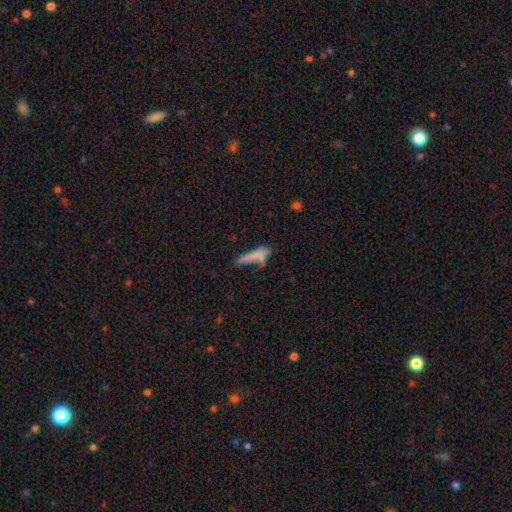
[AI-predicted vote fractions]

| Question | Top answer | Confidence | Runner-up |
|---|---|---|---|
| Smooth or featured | smooth | 72% | featured or disk (19%) |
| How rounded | cigar-shaped | 80% | in between (17%) |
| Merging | none | 51% | minor disturbance (21%) |